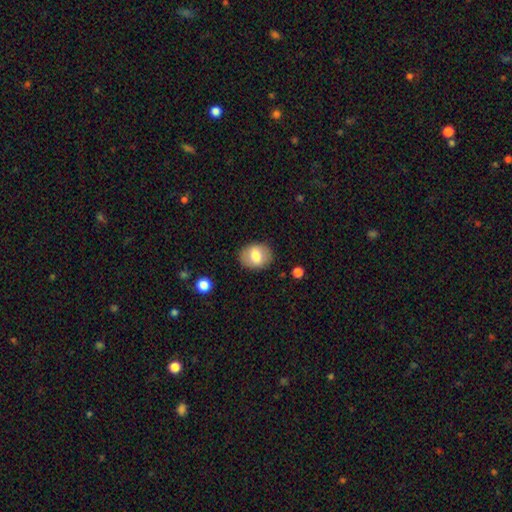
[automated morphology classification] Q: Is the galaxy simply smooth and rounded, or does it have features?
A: smooth — 73%.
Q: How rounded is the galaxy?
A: in between — 54%.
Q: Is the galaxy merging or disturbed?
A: none — 85%.